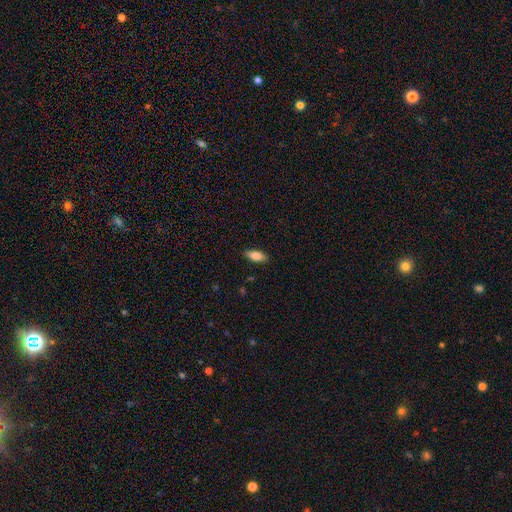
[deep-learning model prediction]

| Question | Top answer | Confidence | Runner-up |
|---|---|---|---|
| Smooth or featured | smooth | 81% | featured or disk (13%) |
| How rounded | in between | 83% | cigar-shaped (14%) |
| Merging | none | 87% | minor disturbance (10%) |